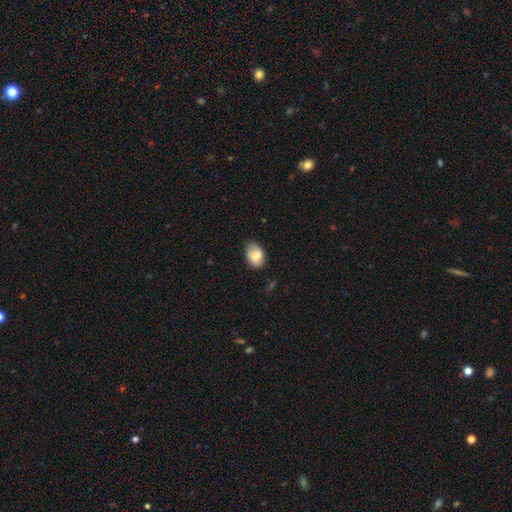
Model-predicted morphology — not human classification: type=smooth (69%); roundness=in between (86%); merging=none (73%).